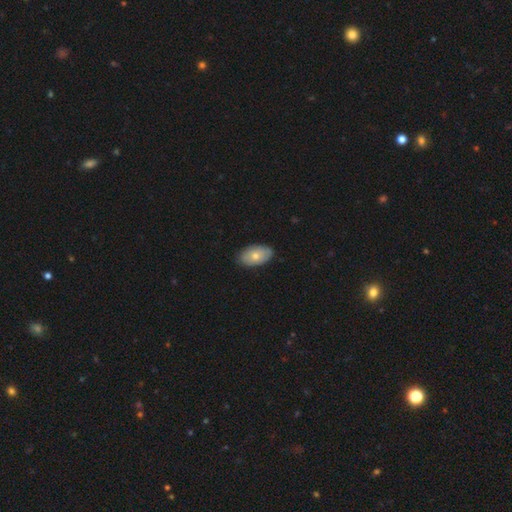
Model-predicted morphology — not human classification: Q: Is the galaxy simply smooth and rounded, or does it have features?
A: smooth — 69%.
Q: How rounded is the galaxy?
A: in between — 93%.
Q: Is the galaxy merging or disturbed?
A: none — 84%.